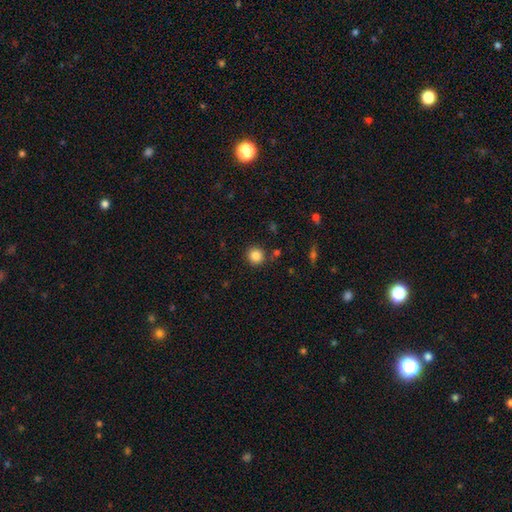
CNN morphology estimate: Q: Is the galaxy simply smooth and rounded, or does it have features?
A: smooth — 86%.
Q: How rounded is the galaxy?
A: round — 92%.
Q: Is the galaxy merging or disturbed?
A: none — 86%.